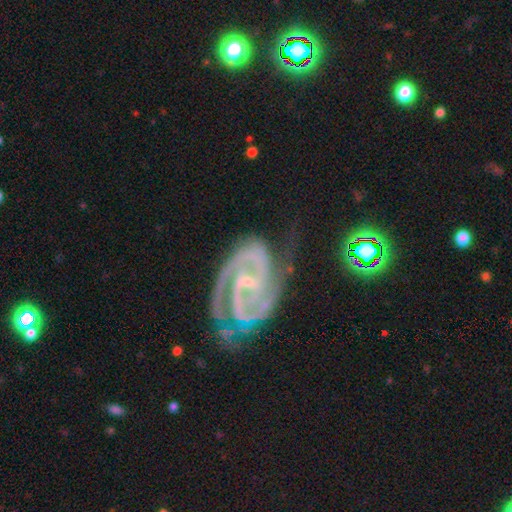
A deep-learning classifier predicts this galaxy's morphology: Q: Smooth or featured?
A: featured or disk (88%); runner-up: smooth (6%)
Q: Edge-on disk?
A: no (97%); runner-up: yes (3%)
Q: Bar?
A: strong (41%); runner-up: weak (38%)
Q: Spiral arms?
A: yes (96%); runner-up: no (4%)
Q: Spiral winding?
A: medium (51%); runner-up: tight (37%)
Q: Spiral arm count?
A: 2 (83%); runner-up: 3 (6%)
Q: Bulge size?
A: small (71%); runner-up: moderate (21%)
Q: Merging?
A: none (59%); runner-up: minor disturbance (22%)